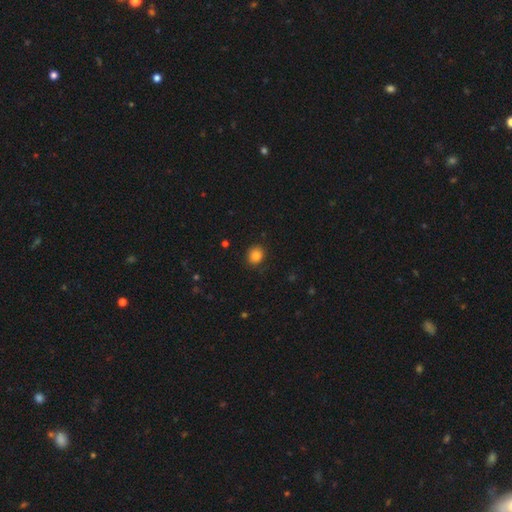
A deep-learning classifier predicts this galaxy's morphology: A smooth galaxy with no disk features (85%) that is round (77%). Merging: none (86%).